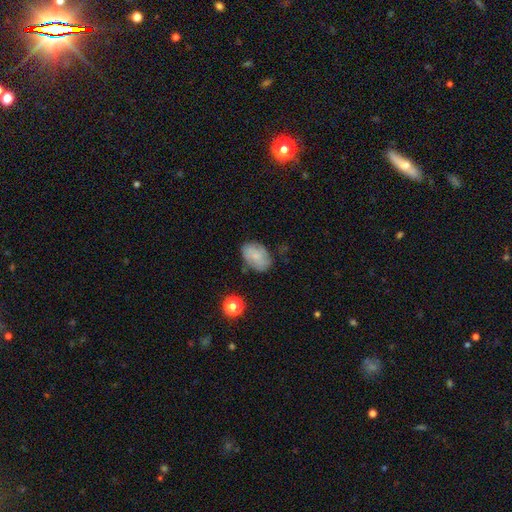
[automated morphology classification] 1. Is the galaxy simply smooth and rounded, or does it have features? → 58% smooth, 32% featured or disk, 9% star or artifact.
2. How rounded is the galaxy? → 81% in between, 18% round, 1% cigar-shaped.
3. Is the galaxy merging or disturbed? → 70% none, 21% minor disturbance, 6% major disturbance, 2% merger.